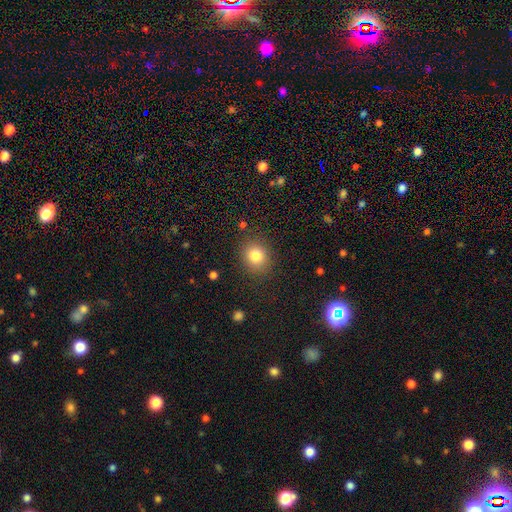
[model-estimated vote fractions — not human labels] The model was most divided on "how rounded": round: 74%, in between: 25%, cigar-shaped: 1%. More confident: merging — none (86%); smooth or featured — smooth (81%).